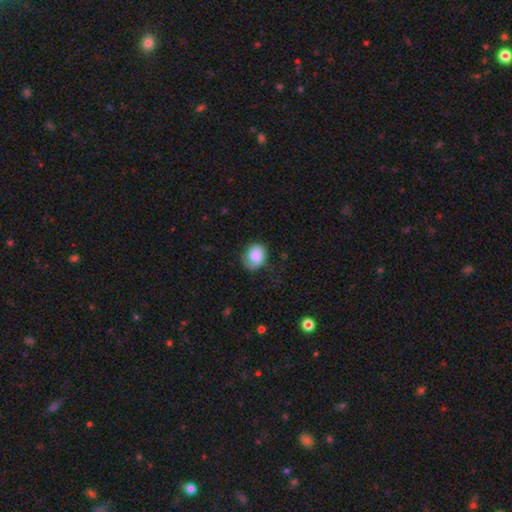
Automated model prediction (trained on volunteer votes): Smooth or featured?
  - smooth: 71% *
  - featured or disk: 22%
  - star or artifact: 8%
How rounded?
  - in between: 53% *
  - round: 46%
  - cigar-shaped: 1%
Merging?
  - none: 55% *
  - minor disturbance: 29%
  - major disturbance: 15%
  - merger: 2%